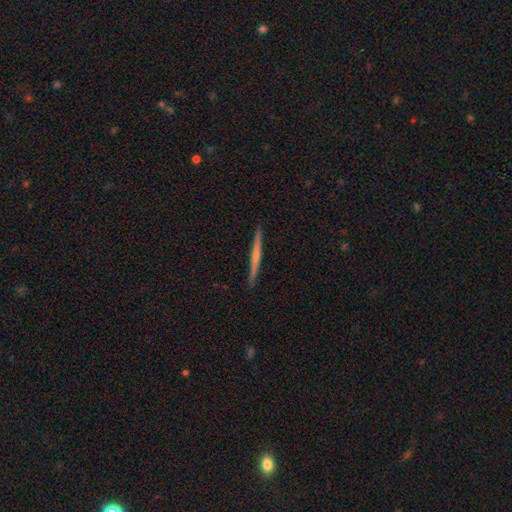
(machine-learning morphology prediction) featured or disk 63%, smooth 31%, star or artifact 6%. Down the decision tree: edge-on disk — yes (98%); edge-on bulge — rounded (51%); merging — none (92%).